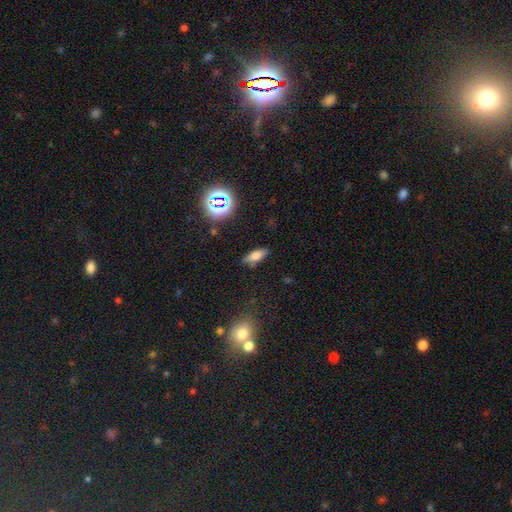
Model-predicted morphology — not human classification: This is likely a smooth galaxy (65%). How rounded: likely in between (67%). Merging: clearly none (84%).